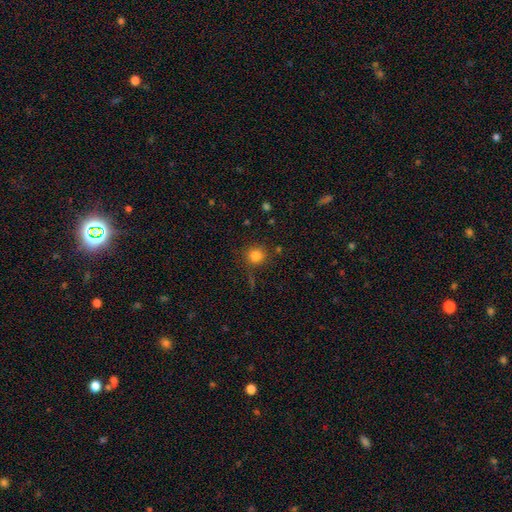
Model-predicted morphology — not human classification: smooth 81%, star or artifact 13%, featured or disk 6%. Down the decision tree: how rounded — round (92%); merging — none (83%).